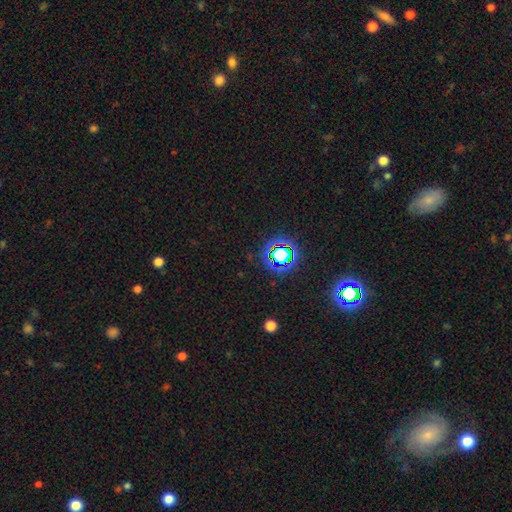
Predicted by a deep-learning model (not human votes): This is likely a star or artifact rather than a galaxy (78%).